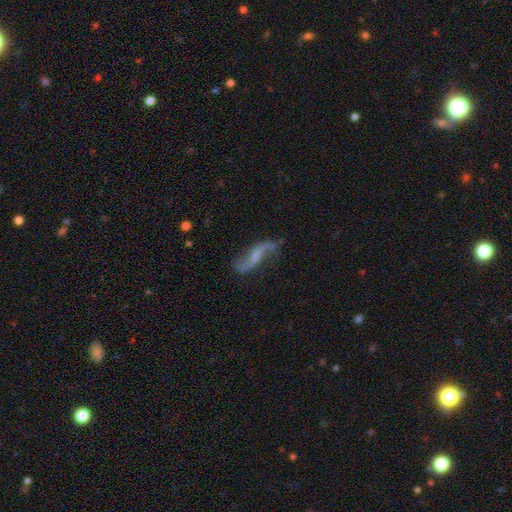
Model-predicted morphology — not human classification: Q: Smooth or featured?
A: featured or disk (84%); runner-up: smooth (10%)
Q: Edge-on disk?
A: no (93%); runner-up: yes (7%)
Q: Bar?
A: weak (42%); runner-up: no (40%)
Q: Spiral arms?
A: yes (94%); runner-up: no (6%)
Q: Spiral winding?
A: loose (91%); runner-up: medium (7%)
Q: Spiral arm count?
A: 2 (93%); runner-up: 1 (3%)
Q: Bulge size?
A: none (46%); runner-up: small (33%)
Q: Merging?
A: none (73%); runner-up: minor disturbance (16%)